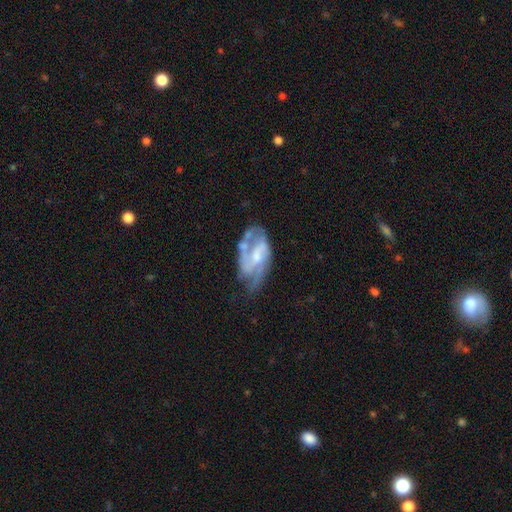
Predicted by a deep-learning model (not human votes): Smooth or featured?
  - featured or disk: 79% *
  - smooth: 14%
  - star or artifact: 6%
Edge-on disk?
  - no: 96% *
  - yes: 4%
Bar?
  - no: 43% * (tied)
  - weak: 43% * (tied)
  - strong: 15%
Spiral arms?
  - yes: 85% *
  - no: 15%
Spiral winding?
  - medium: 47% *
  - tight: 33%
  - loose: 21%
Spiral arm count?
  - 2: 46% *
  - can't tell: 24%
  - 3: 17%
  - 1: 7%
  - 4: 4%
  - more than 4: 3%
Bulge size?
  - small: 41% *
  - moderate: 38%
  - none: 15%
  - large: 4%
  - dominant: 1%
Merging?
  - none: 44% *
  - minor disturbance: 27%
  - major disturbance: 22%
  - merger: 7%